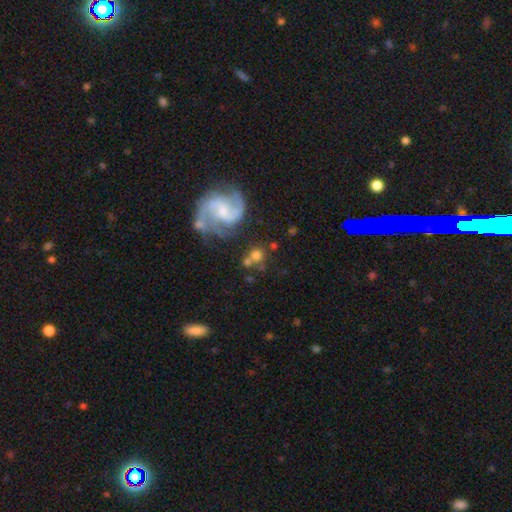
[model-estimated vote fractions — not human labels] Smooth or featured? Predicted: smooth (p=0.51). How rounded? Predicted: round (p=0.87). Merging? Predicted: none (p=0.64).